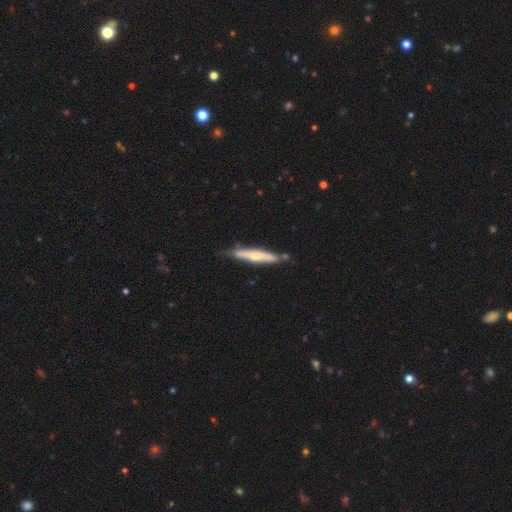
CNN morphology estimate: smooth_or_featured: featured or disk (p=0.50) [alt: smooth p=0.45]
merging: none (p=0.70) [alt: minor disturbance p=0.20]